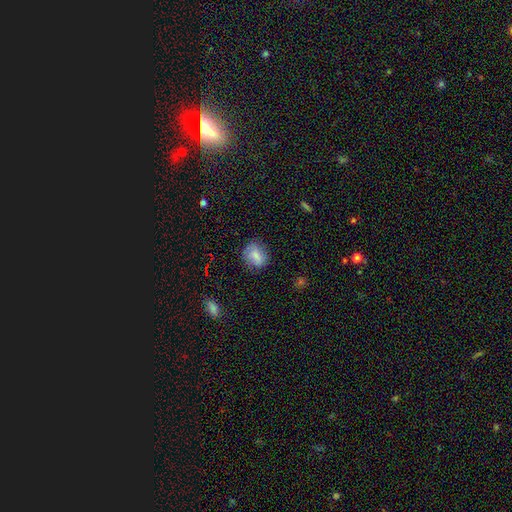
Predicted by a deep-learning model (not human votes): Overall: smooth (74%). How rounded: round (53%; in between 45%). Merging: none (71%).